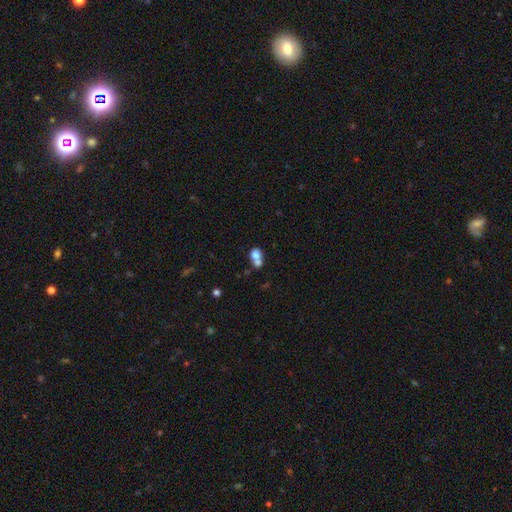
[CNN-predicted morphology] A smooth galaxy with no disk features (72%) that is round (57%). Merging: merger (64%).